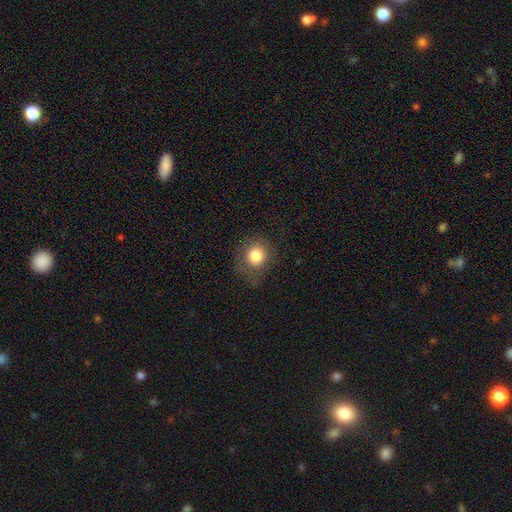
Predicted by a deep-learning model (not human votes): Q: Smooth or featured?
A: smooth (81%); runner-up: star or artifact (11%)
Q: How rounded?
A: round (80%); runner-up: in between (20%)
Q: Merging?
A: none (74%); runner-up: minor disturbance (18%)